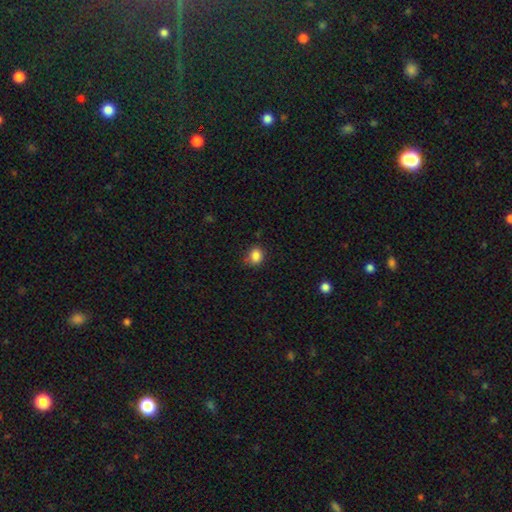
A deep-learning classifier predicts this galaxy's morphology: Overall: smooth (85%). How rounded: round (67%; in between 32%). Merging: none (73%).